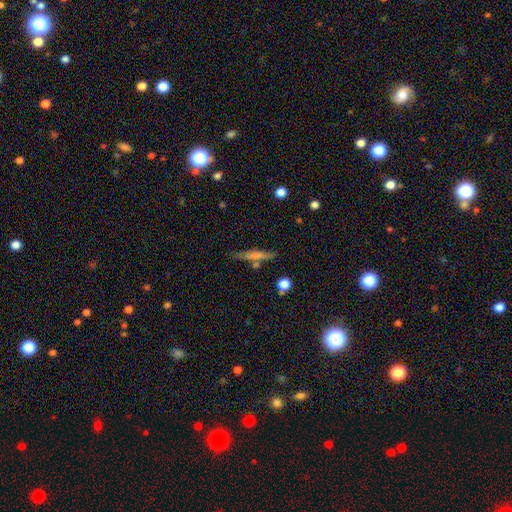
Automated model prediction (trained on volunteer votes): smooth-or-featured: smooth: 59% | featured or disk: 33% | star or artifact: 8%
  how-rounded: cigar-shaped: 90% | in between: 8% | round: 2%
  merging: none: 76% | minor disturbance: 13% | merger: 8% | major disturbance: 4%